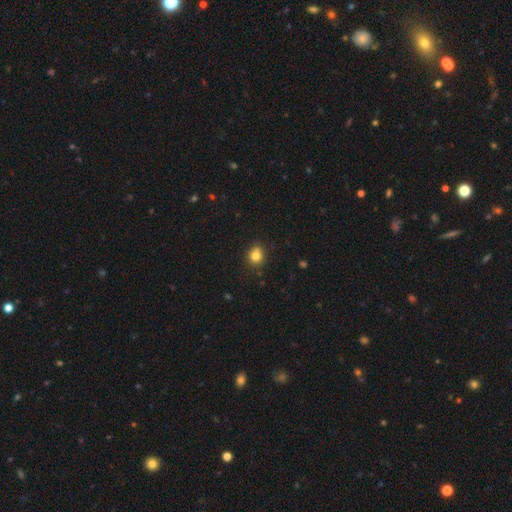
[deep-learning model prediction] Morphology: type=smooth (80%); roundness=round (77%); merging=none (74%).